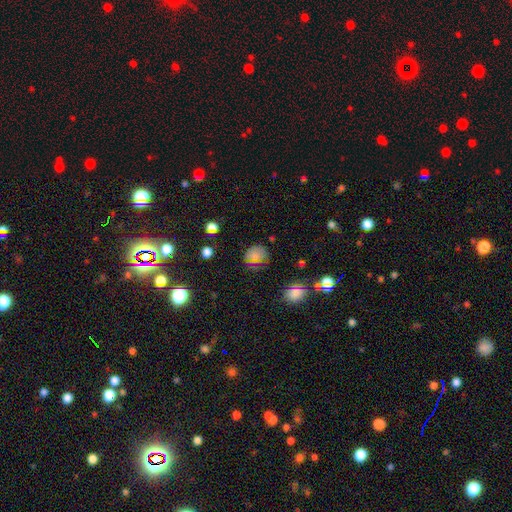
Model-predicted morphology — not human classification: Smooth or featured?
  - smooth: 70% *
  - star or artifact: 19%
  - featured or disk: 11%
How rounded?
  - round: 75% *
  - in between: 24%
  - cigar-shaped: 1%
Merging?
  - none: 73% *
  - minor disturbance: 19%
  - major disturbance: 7%
  - merger: 2%